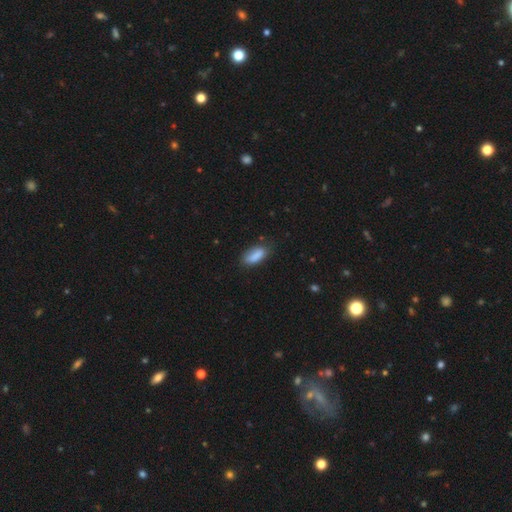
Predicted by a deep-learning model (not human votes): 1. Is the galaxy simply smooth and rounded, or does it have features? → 84% smooth, 8% featured or disk, 7% star or artifact.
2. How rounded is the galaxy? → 77% in between, 20% cigar-shaped, 2% round.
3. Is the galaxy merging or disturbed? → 72% none, 21% minor disturbance, 5% major disturbance, 2% merger.